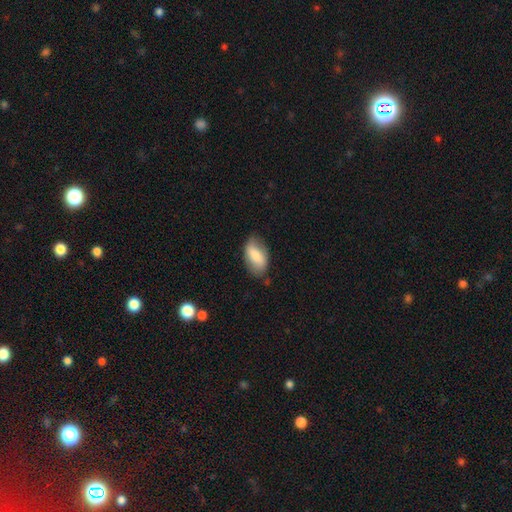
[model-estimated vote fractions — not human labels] A smooth galaxy with no disk features (74%) that is in between round and cigar-shaped (92%).

Vote fractions:
- Smooth or featured? smooth: 74% / featured or disk: 19% / star or artifact: 7%
- How rounded? in between: 92% / round: 4% / cigar-shaped: 3%
- Merging? none: 68% / minor disturbance: 24% / major disturbance: 6% / merger: 2%